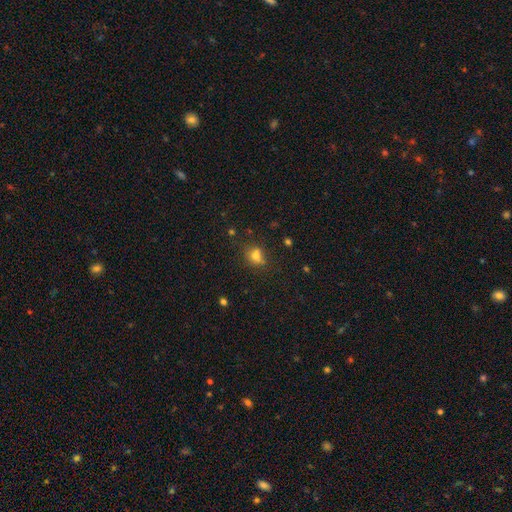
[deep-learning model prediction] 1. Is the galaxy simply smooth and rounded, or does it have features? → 70% smooth, 17% star or artifact, 13% featured or disk.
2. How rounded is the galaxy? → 63% round, 35% in between, 2% cigar-shaped.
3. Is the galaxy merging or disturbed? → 56% none, 19% merger, 18% minor disturbance, 6% major disturbance.